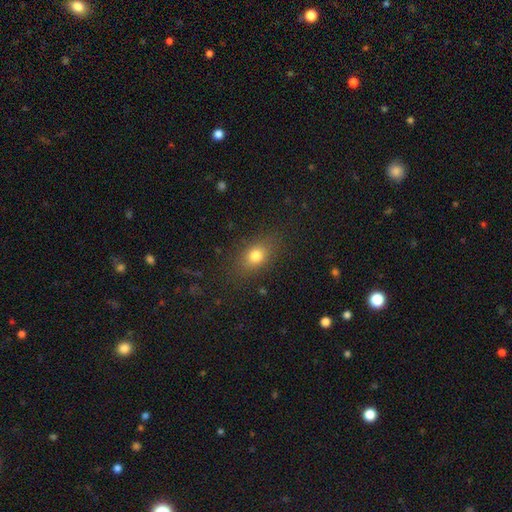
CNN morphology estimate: Smooth or featured?
  - smooth: 78% *
  - star or artifact: 12%
  - featured or disk: 10%
How rounded?
  - in between: 67% *
  - round: 29%
  - cigar-shaped: 4%
Merging?
  - none: 82% *
  - minor disturbance: 12%
  - major disturbance: 5%
  - merger: 1%